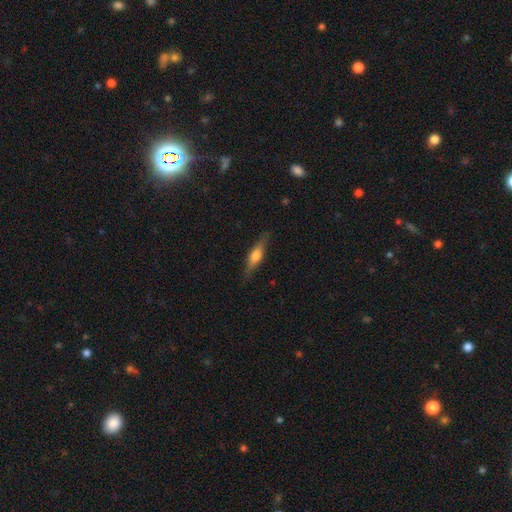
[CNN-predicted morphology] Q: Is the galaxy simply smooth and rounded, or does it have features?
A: featured or disk — 49%.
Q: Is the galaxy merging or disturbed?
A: none — 85%.